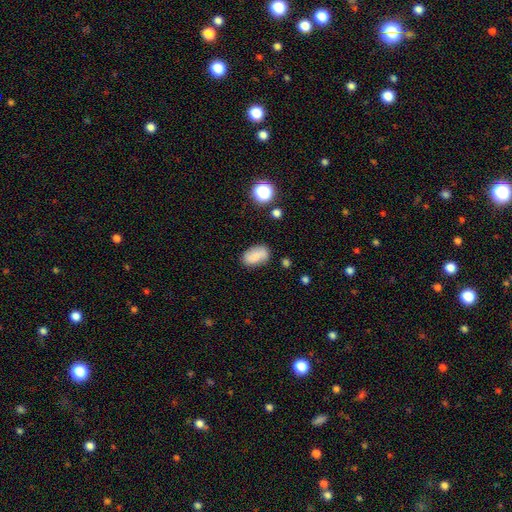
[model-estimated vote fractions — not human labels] Morphology: type=smooth (81%); roundness=in between (90%); merging=none (77%).